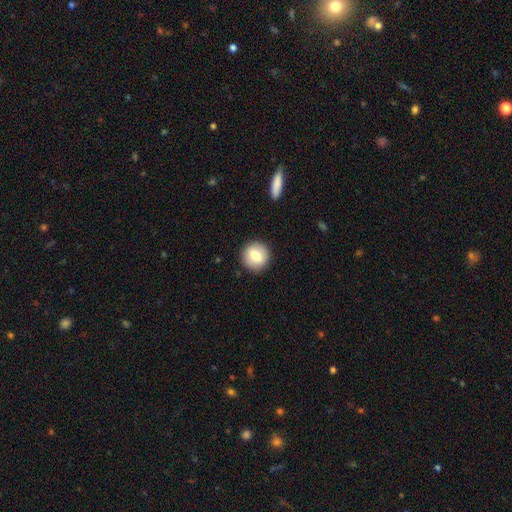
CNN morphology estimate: Smooth or featured: smooth — 75% (featured or disk — 17%)
How rounded: round — 90% (in between — 9%)
Merging: none — 90% (minor disturbance — 7%)